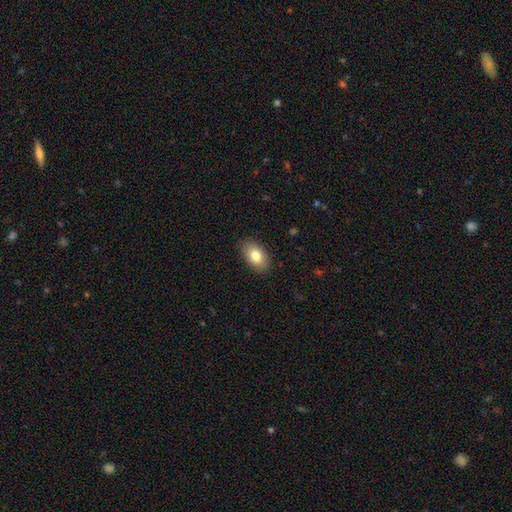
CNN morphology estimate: smooth_or_featured: smooth (p=0.82) [alt: featured or disk p=0.11]
how_rounded: in between (p=0.91) [alt: round p=0.07]
merging: none (p=0.87) [alt: minor disturbance p=0.10]